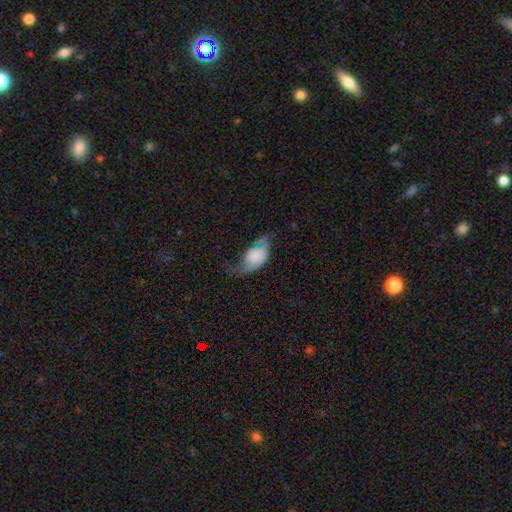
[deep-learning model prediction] Smooth or featured? smooth (50%)
How rounded? in between (89%)
Merging? major disturbance (41%)